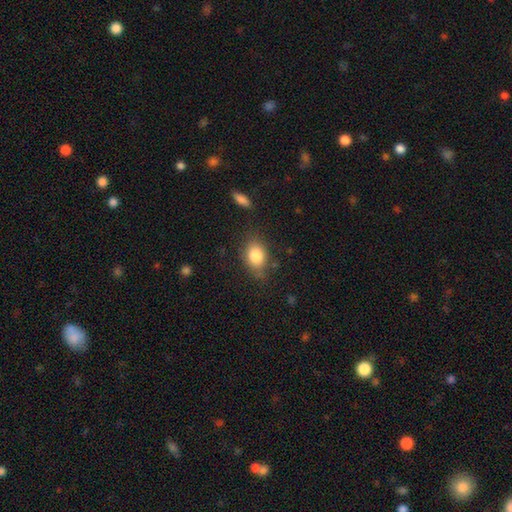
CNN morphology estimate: Overall: smooth (84%). How rounded: in between (70%). Merging: none (72%).